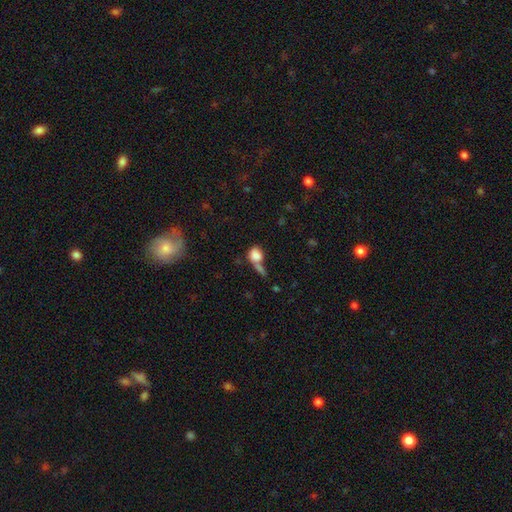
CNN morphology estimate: smooth_or_featured: smooth (p=0.79) [alt: featured or disk p=0.11]
how_rounded: in between (p=0.51) [alt: round p=0.45]
merging: merger (p=0.42) [alt: none p=0.30]